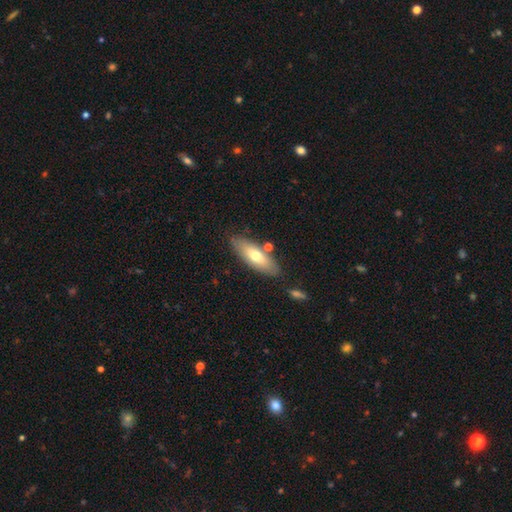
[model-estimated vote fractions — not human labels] smooth 66%, featured or disk 28%, star or artifact 6%. Down the decision tree: how rounded — in between (61%); merging — none (79%).